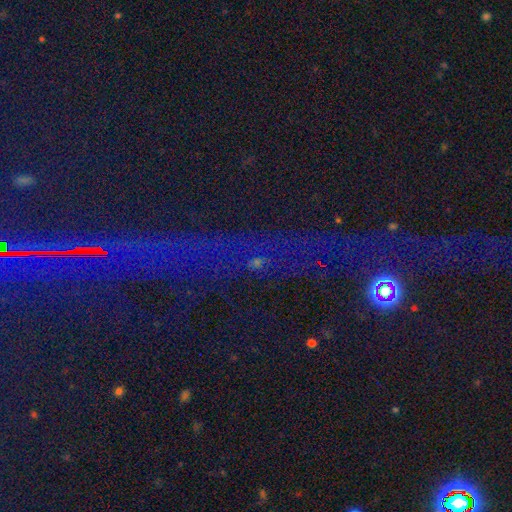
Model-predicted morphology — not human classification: Smooth or featured?
  - star or artifact: 81% *
  - smooth: 10%
  - featured or disk: 9%